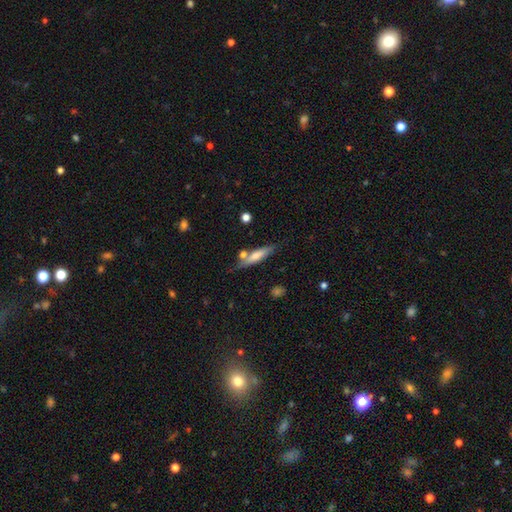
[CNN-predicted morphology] A smooth galaxy with no disk features (61%) that is cigar-shaped (77%). Merging: none (66%).